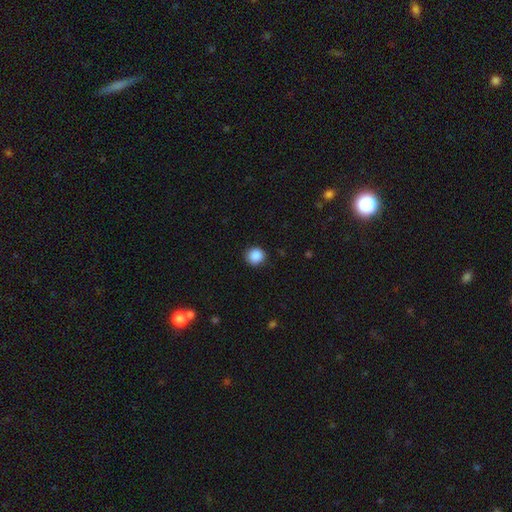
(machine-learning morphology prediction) type=smooth (88%); roundness=round (90%); merging=none (89%).